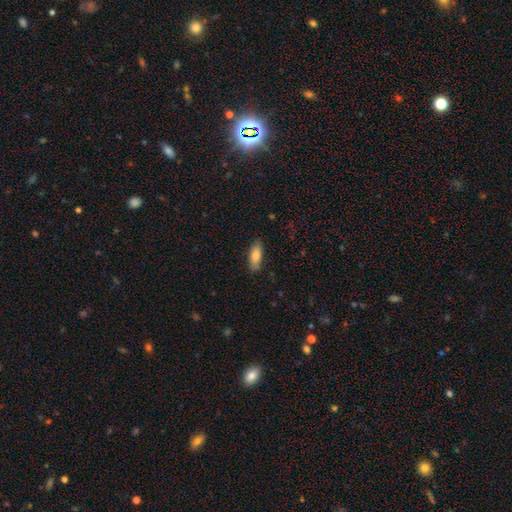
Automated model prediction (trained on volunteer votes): Smooth or featured?
  - smooth: 82% *
  - featured or disk: 12%
  - star or artifact: 6%
How rounded?
  - in between: 72% *
  - cigar-shaped: 26%
  - round: 2%
Merging?
  - none: 82% *
  - minor disturbance: 14%
  - major disturbance: 3%
  - merger: 1%